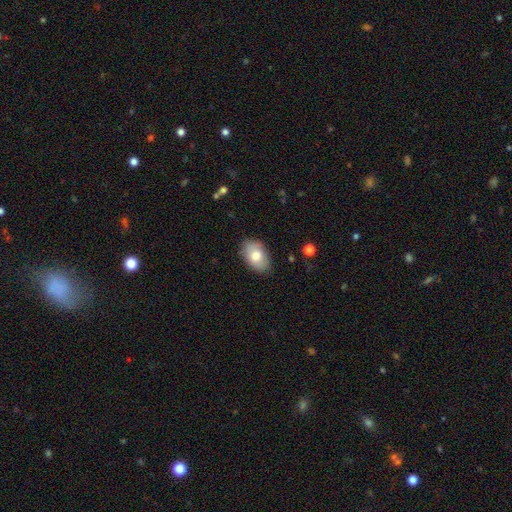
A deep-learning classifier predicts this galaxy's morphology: A smooth galaxy with no disk features (78%) that is in between round and cigar-shaped (89%).

Vote fractions:
- Smooth or featured? smooth: 78% / featured or disk: 15% / star or artifact: 7%
- How rounded? in between: 89% / round: 10% / cigar-shaped: 1%
- Merging? none: 84% / minor disturbance: 13% / major disturbance: 3% / merger: 1%